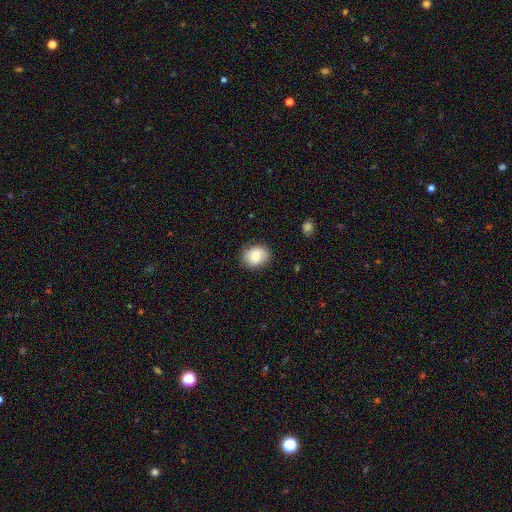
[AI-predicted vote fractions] The model was most divided on "how rounded": round: 58%, in between: 41%, cigar-shaped: 1%. More confident: merging — none (84%); smooth or featured — smooth (81%).